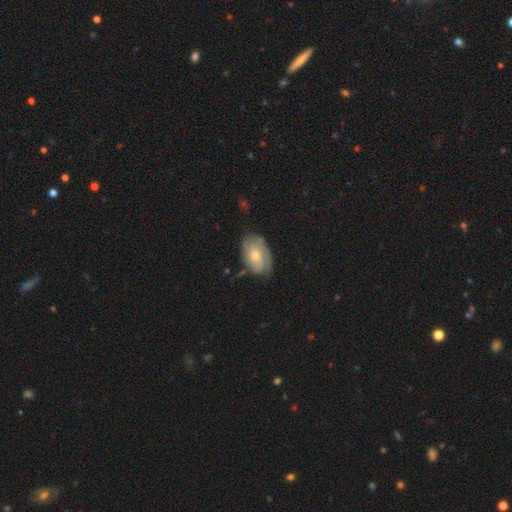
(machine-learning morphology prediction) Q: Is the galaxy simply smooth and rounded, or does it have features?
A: featured or disk — 53%.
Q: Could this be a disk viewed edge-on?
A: no — 95%.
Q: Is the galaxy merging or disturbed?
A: none — 65%.